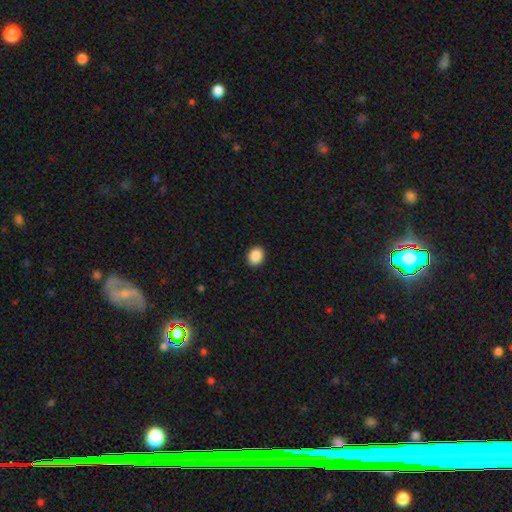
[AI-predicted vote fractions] A smooth galaxy with no disk features (90%) that is in between round and cigar-shaped (56%). Merging: none (91%).